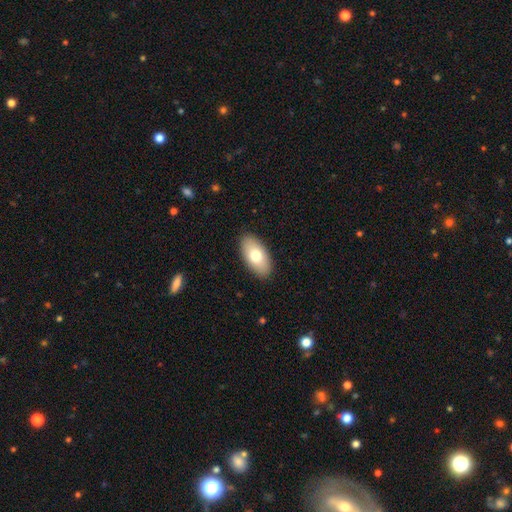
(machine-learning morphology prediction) This is likely a smooth galaxy (74%). How rounded: clearly in between (94%). Merging: clearly none (89%).